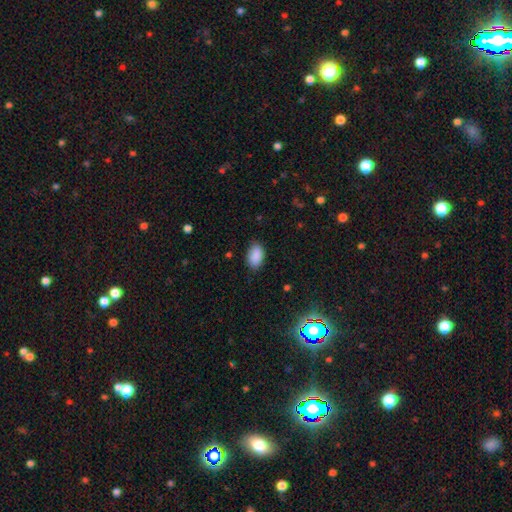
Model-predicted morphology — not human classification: This is clearly a smooth galaxy (88%). How rounded: clearly in between (92%). Merging: clearly none (83%).